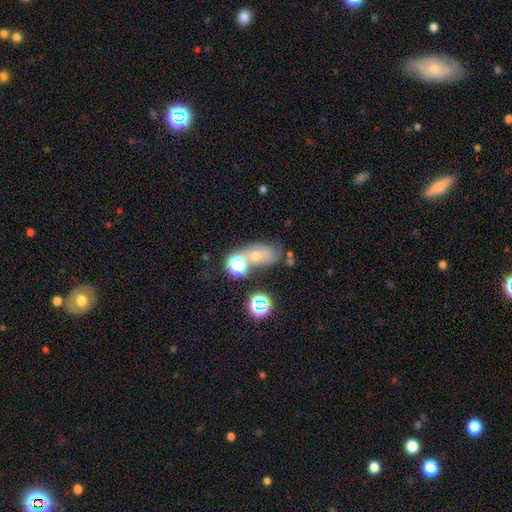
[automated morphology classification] This is possibly a smooth galaxy (52%). How rounded: likely in between (72%). Merging: marginally none (45%).